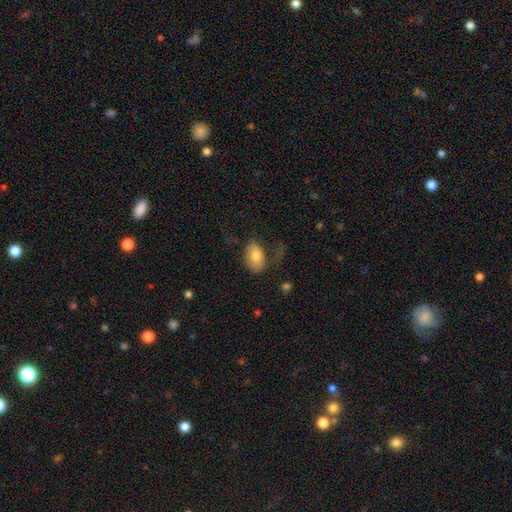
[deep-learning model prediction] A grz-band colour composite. It shows a smooth galaxy with no disk features (72%) that is in between round and cigar-shaped (89%). Merging: none (46%).